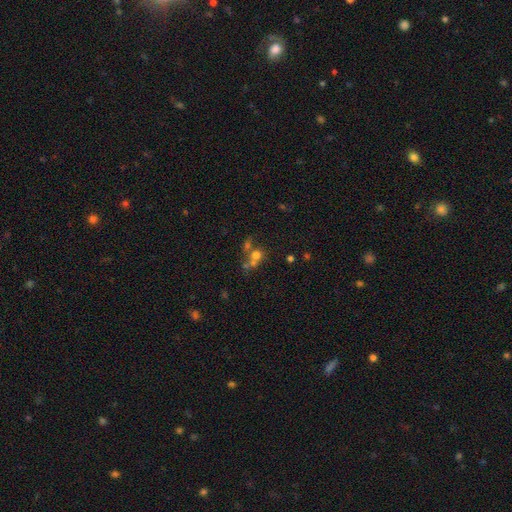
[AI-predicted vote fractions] Smooth or featured? Predicted: smooth (p=0.60). How rounded? Predicted: round (p=0.82). Merging? Predicted: merger (p=0.49).